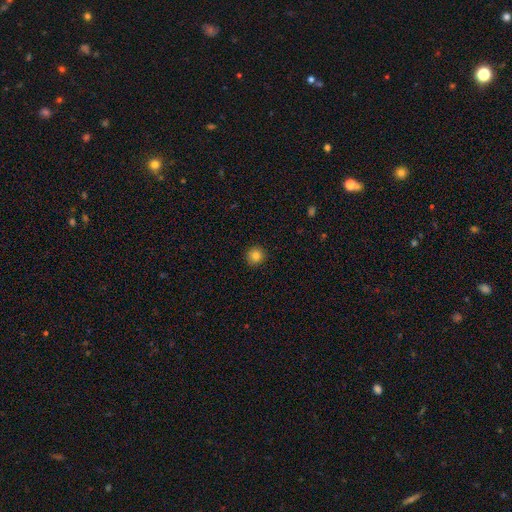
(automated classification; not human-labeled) Smooth or featured? smooth (83%)
How rounded? round (94%)
Merging? none (92%)